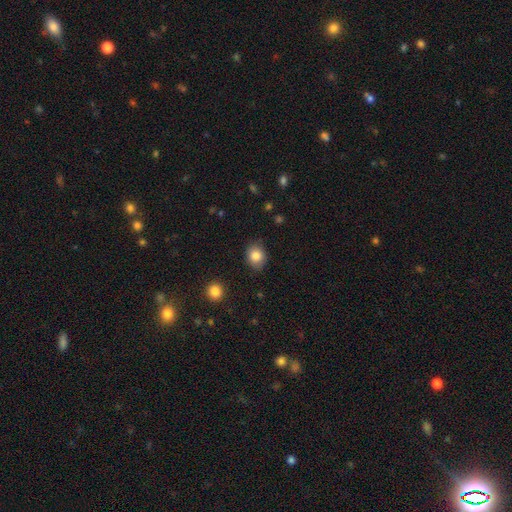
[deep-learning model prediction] Smooth or featured?
  - smooth: 84% *
  - star or artifact: 9%
  - featured or disk: 7%
How rounded?
  - round: 54% *
  - in between: 45%
  - cigar-shaped: 1%
Merging?
  - none: 82% *
  - minor disturbance: 14%
  - major disturbance: 3%
  - merger: 1%